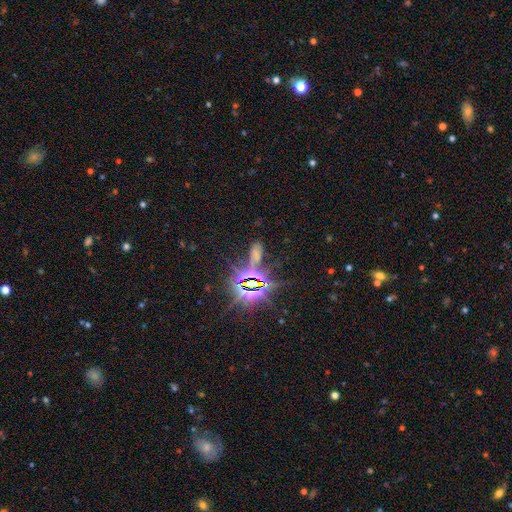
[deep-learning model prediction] star or artifact 65%, smooth 24%, featured or disk 11%.